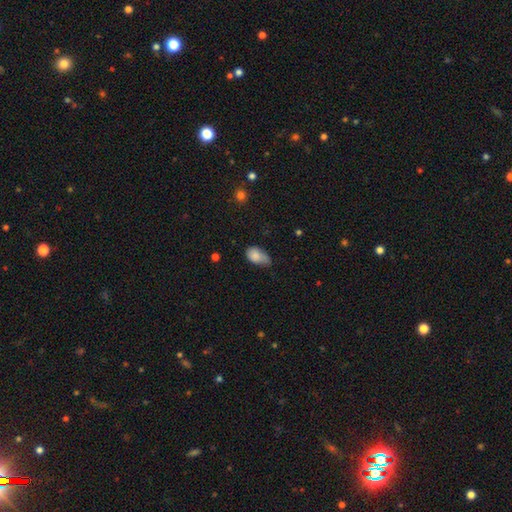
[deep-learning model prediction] smooth_or_featured: smooth (p=0.82) [alt: featured or disk p=0.10]
how_rounded: in between (p=0.90) [alt: round p=0.08]
merging: minor disturbance (p=0.48) [alt: none p=0.34]